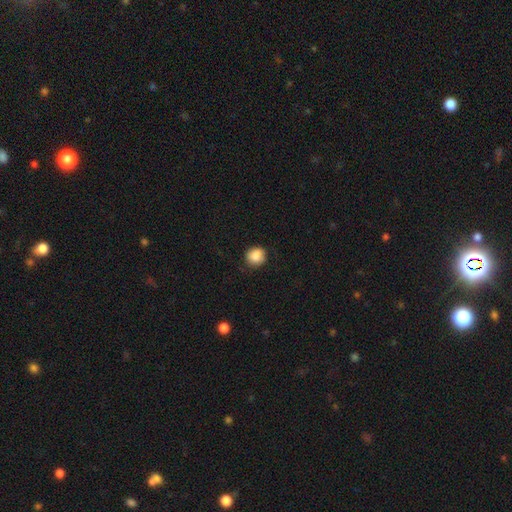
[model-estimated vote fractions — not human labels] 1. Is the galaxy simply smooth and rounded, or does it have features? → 87% smooth, 8% star or artifact, 4% featured or disk.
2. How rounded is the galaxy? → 80% round, 19% in between, 1% cigar-shaped.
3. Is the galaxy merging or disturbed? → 80% none, 16% minor disturbance, 3% major disturbance, 1% merger.